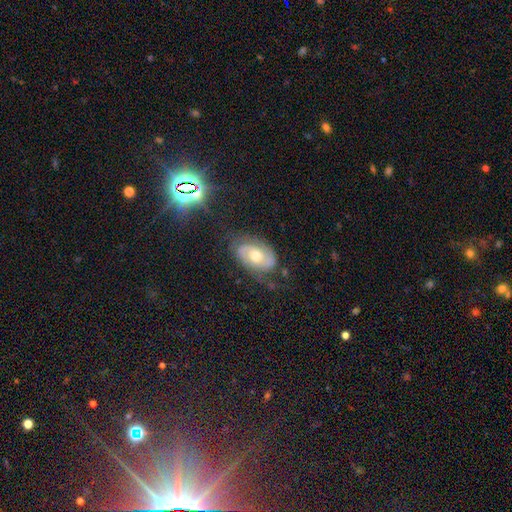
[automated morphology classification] smooth-or-featured: featured or disk: 74% | smooth: 17% | star or artifact: 9%
  disk-edge-on: no: 96% | yes: 4%
    bar: no: 68% | weak: 26% | strong: 7%
    has-spiral-arms: yes: 87% | no: 13%
      spiral-winding: tight: 44% | medium: 41% | loose: 16%
      spiral-arm-count: 2: 80% | can't tell: 12% | 1: 3% | 3: 2% | 4: 1% | more than 4: 1%
    bulge-size: moderate: 71% | small: 23% | large: 4% | none: 1% | dominant: 1%
  merging: none: 70% | minor disturbance: 20% | major disturbance: 8% | merger: 2%